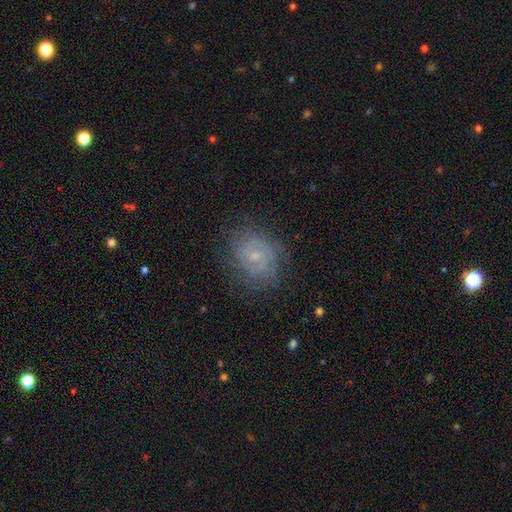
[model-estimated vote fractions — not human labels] A featured or disk galaxy (64%) with no bar (69%), tight (62%) spiral arms (85%) and a small central bulge (70%). Merging: none (74%).